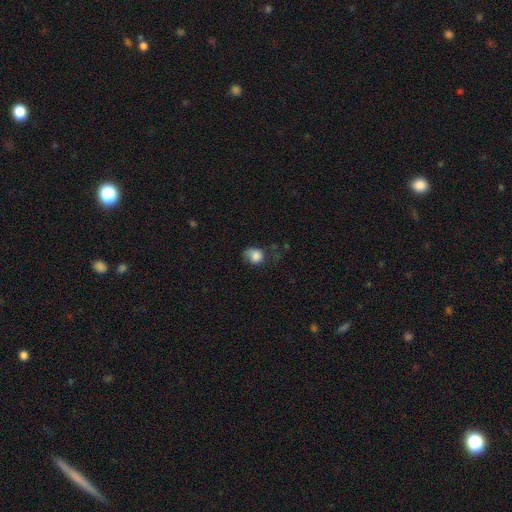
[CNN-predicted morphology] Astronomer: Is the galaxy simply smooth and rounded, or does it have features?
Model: smooth — 82%.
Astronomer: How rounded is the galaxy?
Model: round — 64%.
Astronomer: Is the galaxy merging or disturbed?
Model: none — 38% (runner-up: minor disturbance, 35%).